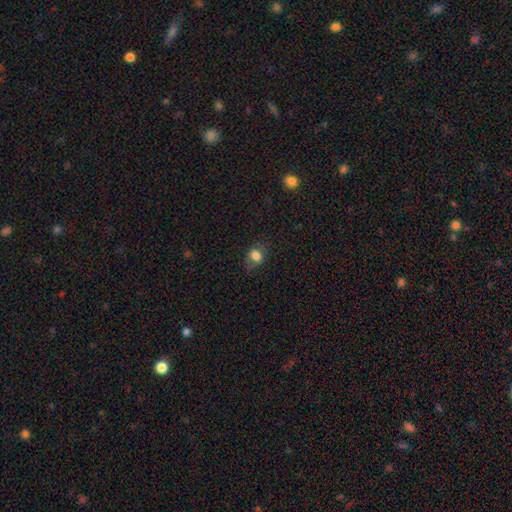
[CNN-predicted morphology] This appears to be a smooth galaxy with no disk features (77%) that is in between round and cigar-shaped (54%). Merging: none (68%).